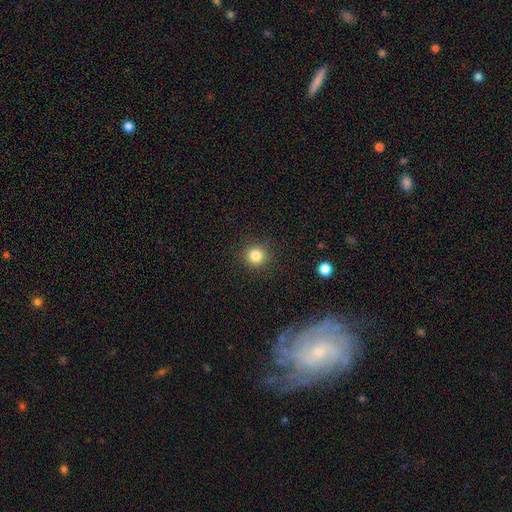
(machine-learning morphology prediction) smooth-or-featured: smooth: 83% | star or artifact: 12% | featured or disk: 5%
  how-rounded: round: 94% | in between: 5% | cigar-shaped: 1%
  merging: none: 91% | minor disturbance: 6% | major disturbance: 2% | merger: 1%